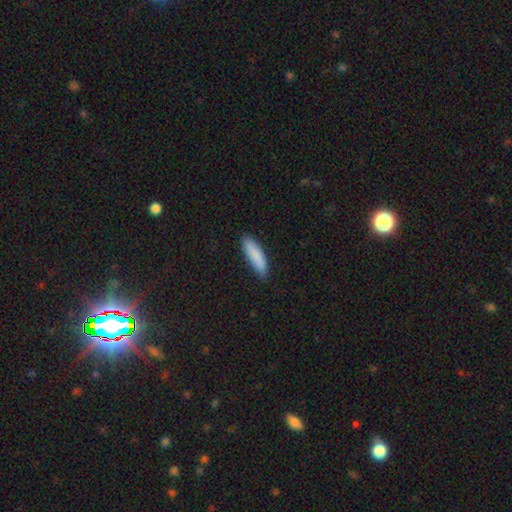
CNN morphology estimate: A smooth galaxy with no disk features (87%) that is cigar-shaped (63%). Merging: none (83%).